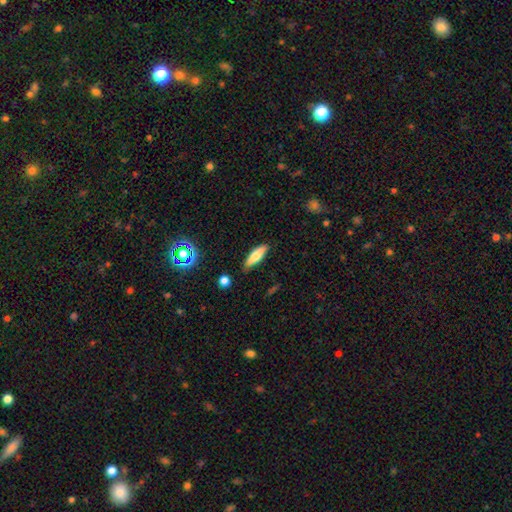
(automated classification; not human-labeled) A smooth galaxy with no disk features (68%) that is cigar-shaped (56%).

Vote fractions:
- Smooth or featured? smooth: 68% / featured or disk: 24% / star or artifact: 8%
- How rounded? cigar-shaped: 56% / in between: 42% / round: 2%
- Merging? none: 85% / minor disturbance: 11% / major disturbance: 2% / merger: 2%